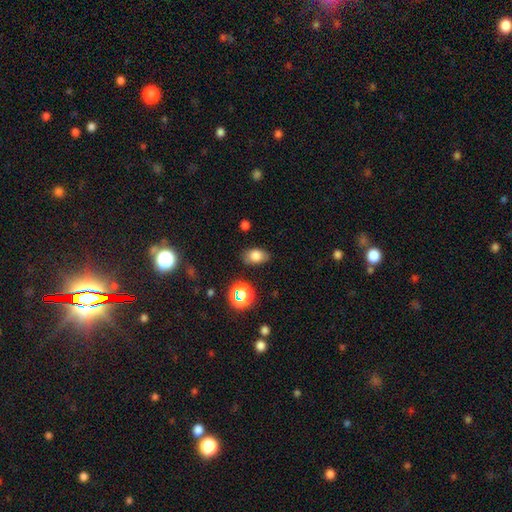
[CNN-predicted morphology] smooth_or_featured: smooth (p=0.78) [alt: star or artifact p=0.12]
how_rounded: in between (p=0.84) [alt: round p=0.15]
merging: none (p=0.80) [alt: minor disturbance p=0.15]